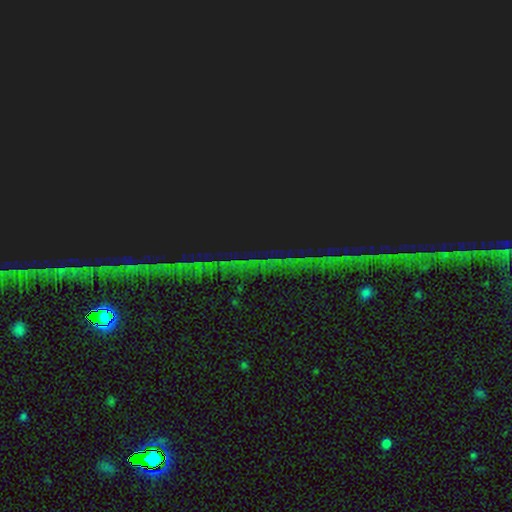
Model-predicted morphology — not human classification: Smooth or featured? star or artifact (85%)